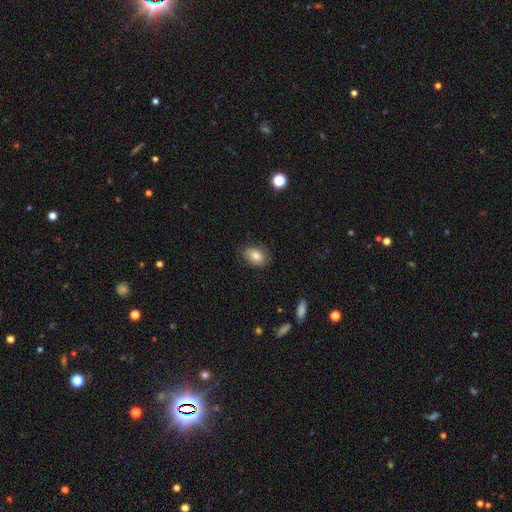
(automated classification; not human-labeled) smooth 78%, featured or disk 13%, star or artifact 8%. Down the decision tree: how rounded — in between (78%); merging — none (76%).